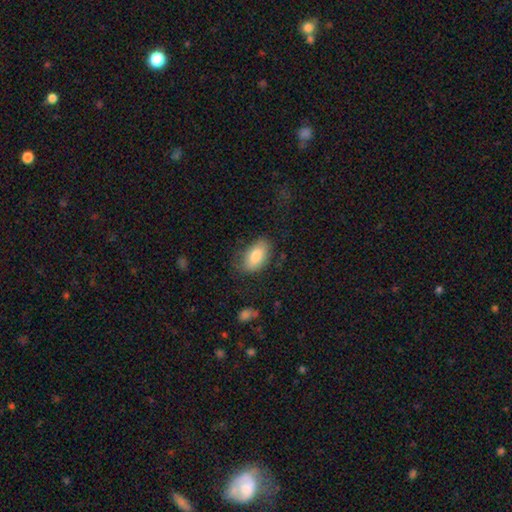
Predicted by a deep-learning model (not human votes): Smooth or featured? Predicted: smooth (p=0.81). How rounded? Predicted: in between (p=0.93). Merging? Predicted: none (p=0.68).